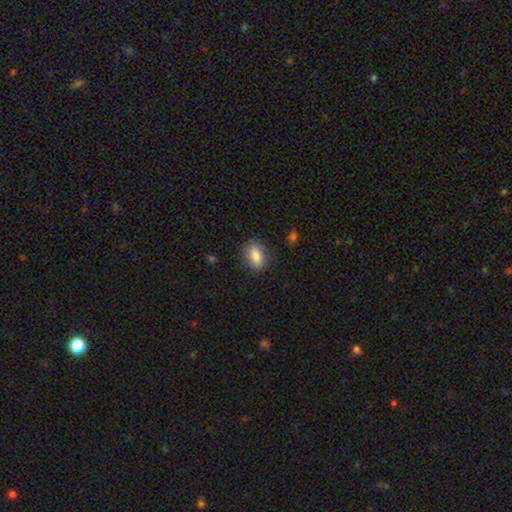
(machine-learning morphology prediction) type=smooth (87%); roundness=in between (86%); merging=none (83%).